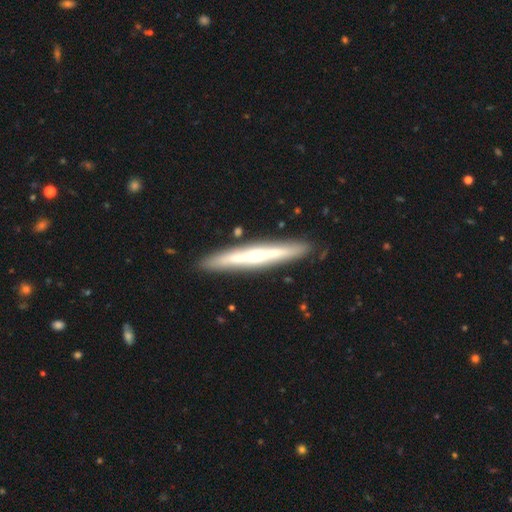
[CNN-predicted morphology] This is likely a featured or disk galaxy (68%). It is clearly viewed edge-on (92%). Edge-on bulge: likely rounded (79%). Merging: clearly none (88%).